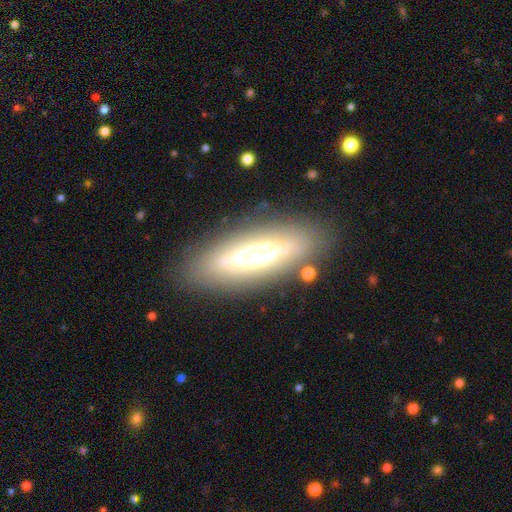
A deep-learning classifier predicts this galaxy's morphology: Smooth or featured: featured or disk — 63% (smooth — 29%)
Edge-on disk: yes — 55% (no — 45%)
Merging: none — 82% (minor disturbance — 11%)